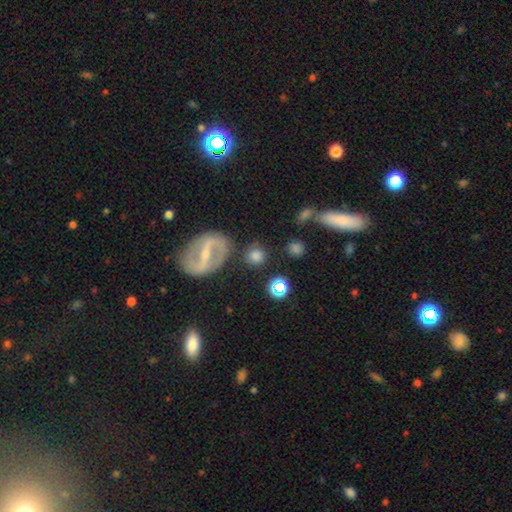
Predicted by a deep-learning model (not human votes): This is likely a smooth galaxy (65%). How rounded: clearly round (87%). Merging: likely none (78%).